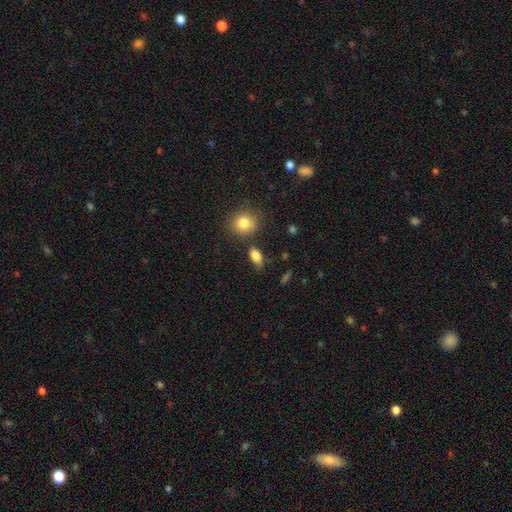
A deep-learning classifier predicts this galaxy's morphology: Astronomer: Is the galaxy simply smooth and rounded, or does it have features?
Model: smooth — 85%.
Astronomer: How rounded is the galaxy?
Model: in between — 84%.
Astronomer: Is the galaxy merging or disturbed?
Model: none — 74%.